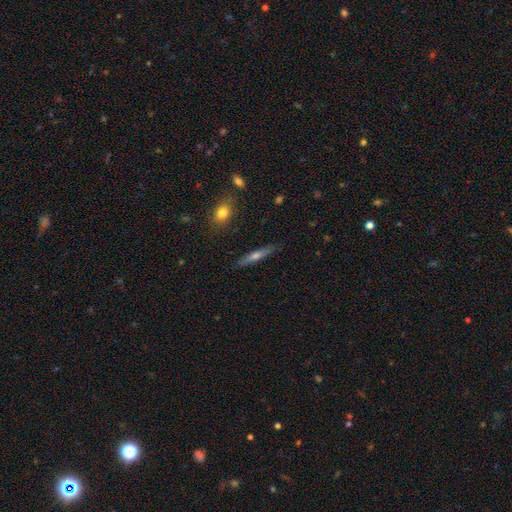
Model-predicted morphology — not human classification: smooth-or-featured: featured or disk: 50% | smooth: 43% | star or artifact: 8%
  merging: none: 88% | minor disturbance: 9% | major disturbance: 2% | merger: 2%